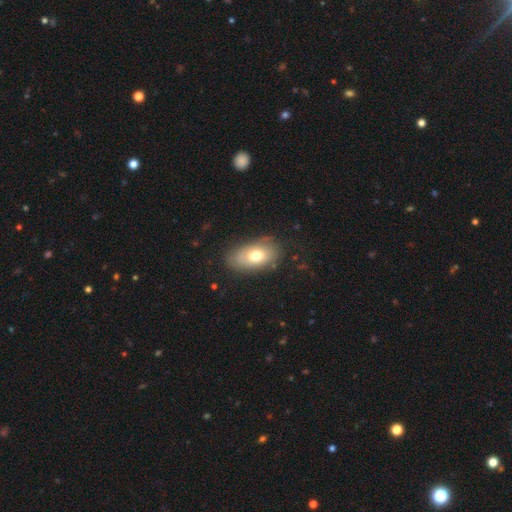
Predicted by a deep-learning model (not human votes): This is likely a smooth galaxy (68%). How rounded: clearly in between (91%). Merging: likely none (75%).